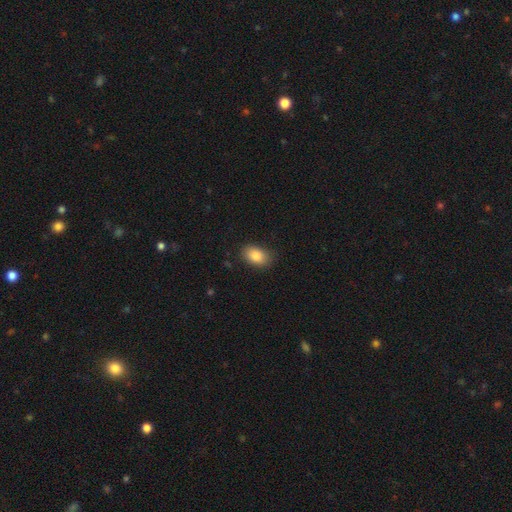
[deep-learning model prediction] Smooth or featured: smooth — 86% (star or artifact — 8%)
How rounded: in between — 85% (round — 14%)
Merging: none — 83% (minor disturbance — 13%)